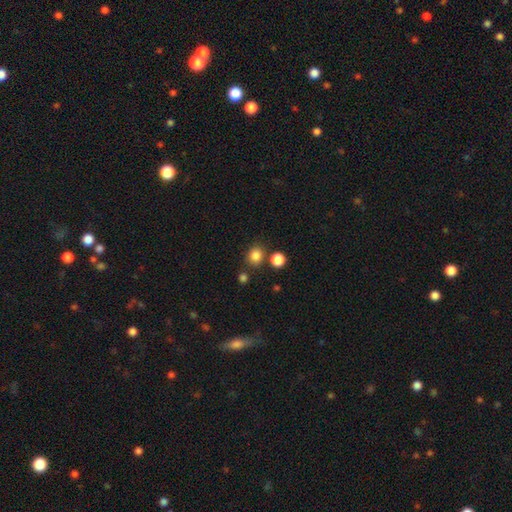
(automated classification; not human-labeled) Smooth or featured?
  - smooth: 83% *
  - star or artifact: 13%
  - featured or disk: 5%
How rounded?
  - round: 76% *
  - in between: 23%
  - cigar-shaped: 1%
Merging?
  - none: 77% *
  - merger: 10%
  - minor disturbance: 10%
  - major disturbance: 4%